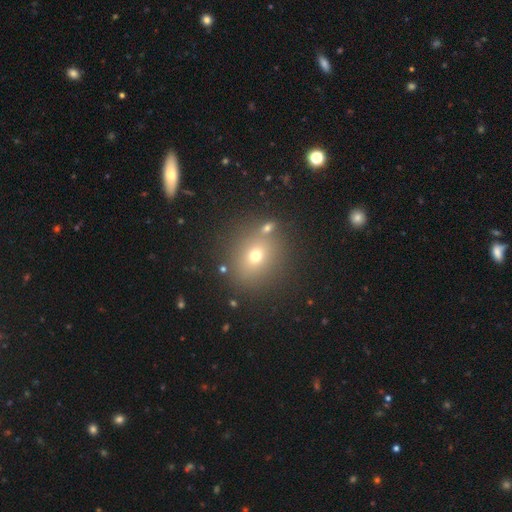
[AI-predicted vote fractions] This appears to be a smooth galaxy with no disk features (66%) that is round (74%). Merging: none (78%).